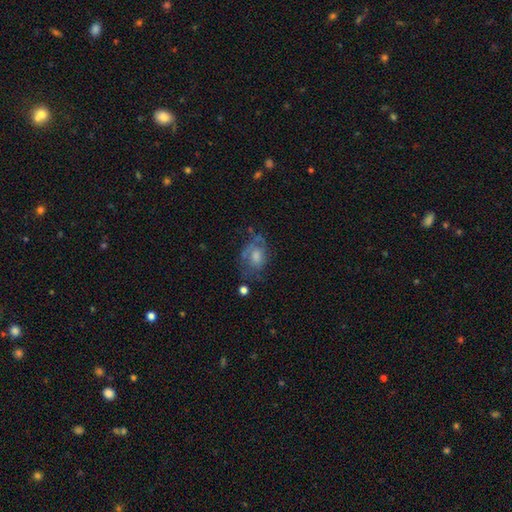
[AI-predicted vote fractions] Smooth or featured: featured or disk — 59% (smooth — 27%)
Edge-on disk: no — 96% (yes — 4%)
Bar: no — 71% (weak — 26%)
Spiral arms: yes — 74% (no — 26%)
Bulge size: moderate — 49% (small — 24%)
Merging: none — 59% (minor disturbance — 22%)